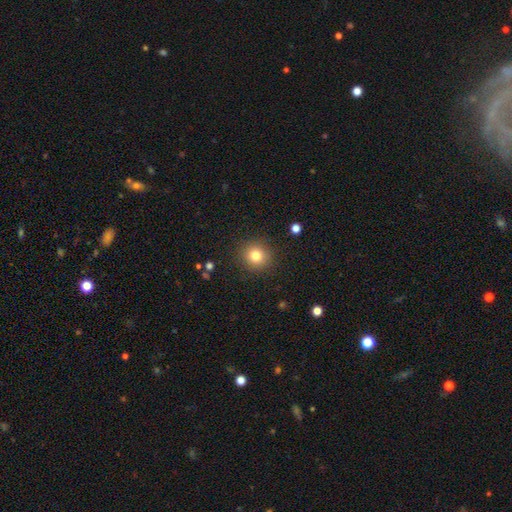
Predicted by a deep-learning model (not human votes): smooth 80%, star or artifact 12%, featured or disk 8%. Down the decision tree: how rounded — round (93%); merging — none (90%).